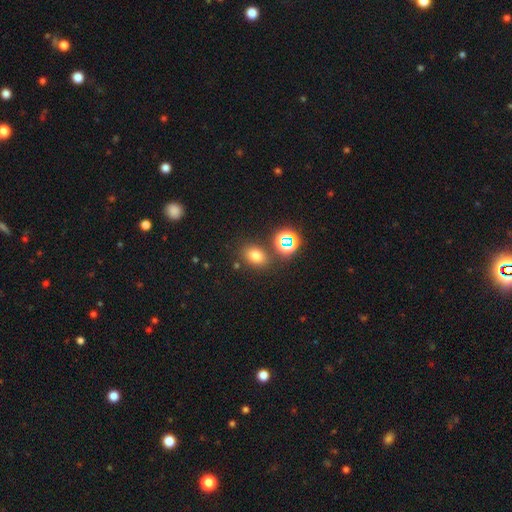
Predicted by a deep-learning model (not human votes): This is likely a smooth galaxy (70%). How rounded: possibly in between (60%). Merging: likely none (77%).